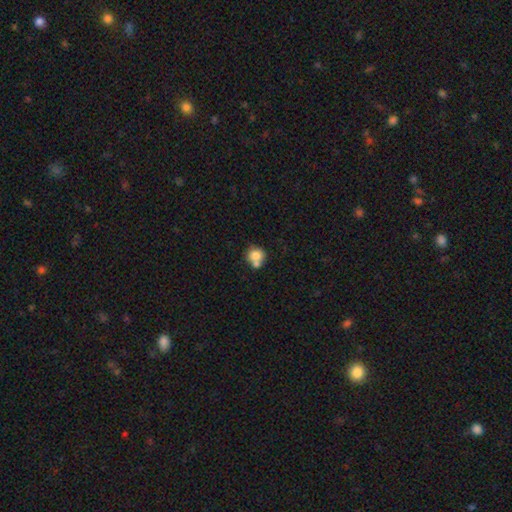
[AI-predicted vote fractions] Smooth or featured? Predicted: smooth (p=0.78). How rounded? Predicted: round (p=0.86). Merging? Predicted: none (p=0.49).